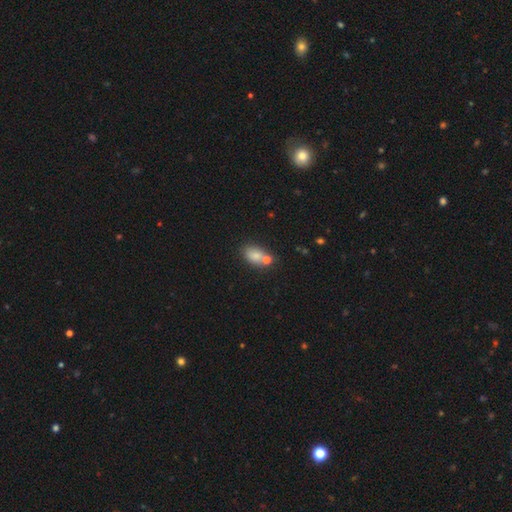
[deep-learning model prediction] Smooth or featured: smooth — 77% (featured or disk — 11%)
How rounded: in between — 78% (round — 21%)
Merging: none — 50% (merger — 31%)